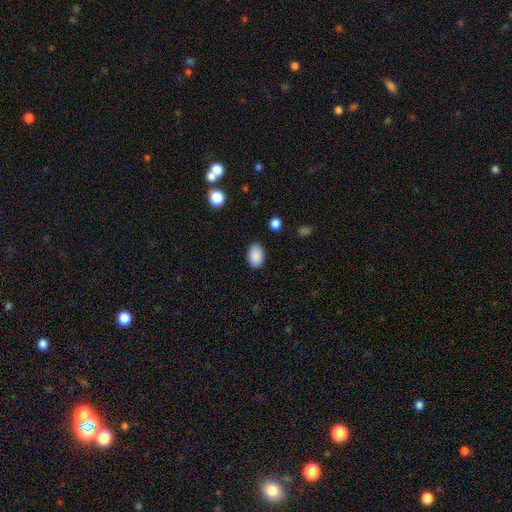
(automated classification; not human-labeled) Overall: smooth (89%). How rounded: in between (90%). Merging: none (87%).